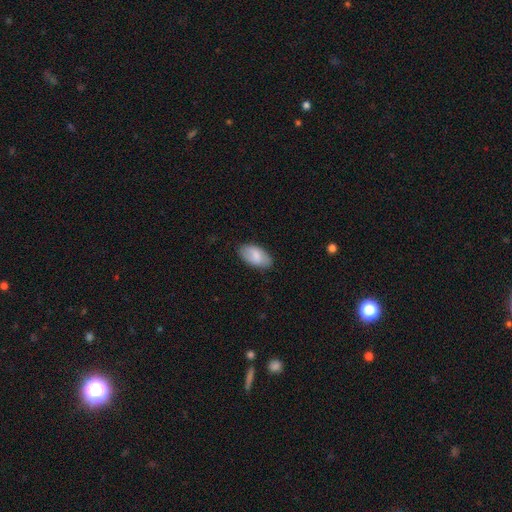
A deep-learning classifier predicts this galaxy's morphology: Smooth or featured: smooth — 79% (featured or disk — 15%)
How rounded: in between — 95% (round — 3%)
Merging: none — 83% (minor disturbance — 13%)